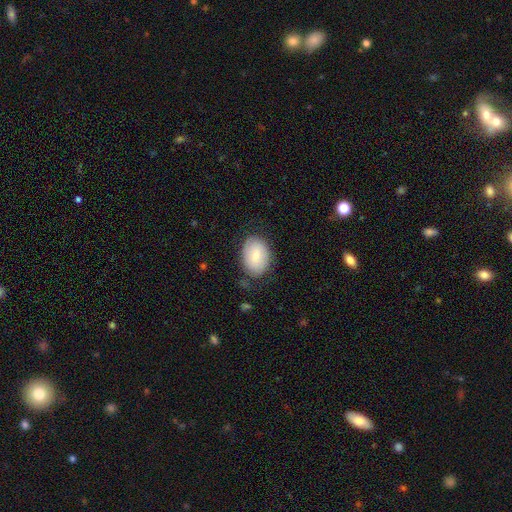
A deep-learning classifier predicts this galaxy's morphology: Smooth or featured? smooth (73%)
How rounded? in between (81%)
Merging? none (73%)